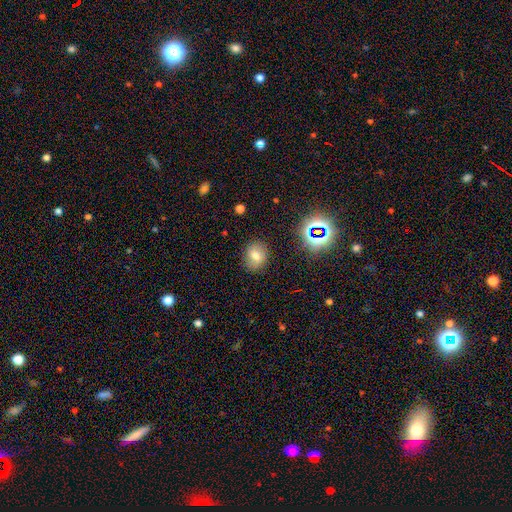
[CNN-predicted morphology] smooth-or-featured: smooth: 67% | star or artifact: 17% | featured or disk: 16%
  how-rounded: round: 55% | in between: 44% | cigar-shaped: 1%
  merging: none: 82% | minor disturbance: 13% | major disturbance: 3% | merger: 2%